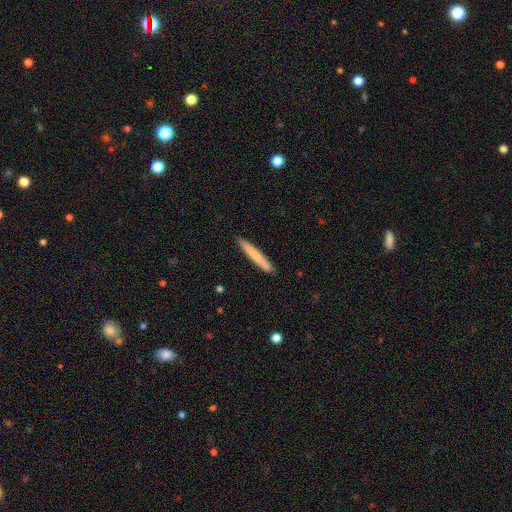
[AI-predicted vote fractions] smooth-or-featured: smooth: 72% | featured or disk: 23% | star or artifact: 5%
  how-rounded: cigar-shaped: 96% | in between: 3% | round: 1%
  merging: none: 92% | minor disturbance: 6% | major disturbance: 1% | merger: 1%